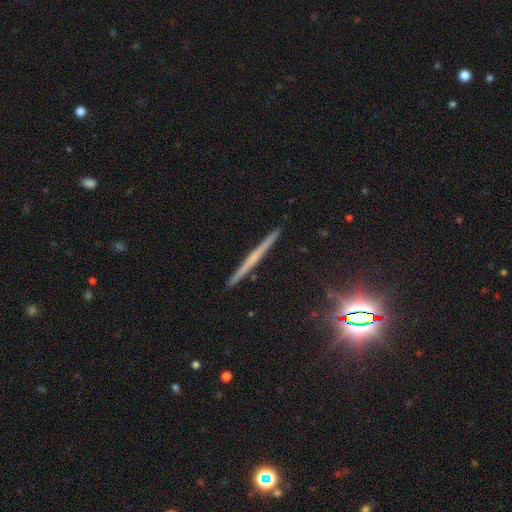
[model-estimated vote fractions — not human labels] Morphology: type=featured or disk (58%); edge-on=yes (98%); edge-on bulge=none (66%); merging=none (92%).